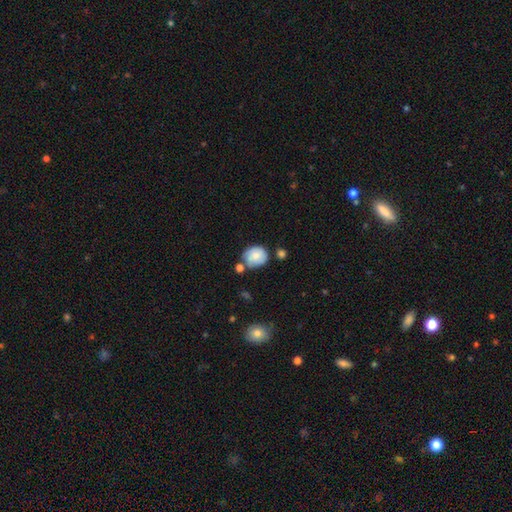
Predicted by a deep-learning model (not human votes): Smooth or featured?
  - smooth: 72% *
  - featured or disk: 20%
  - star or artifact: 8%
How rounded?
  - round: 71% *
  - in between: 28%
  - cigar-shaped: 1%
Merging?
  - none: 53% *
  - minor disturbance: 27%
  - merger: 13%
  - major disturbance: 6%